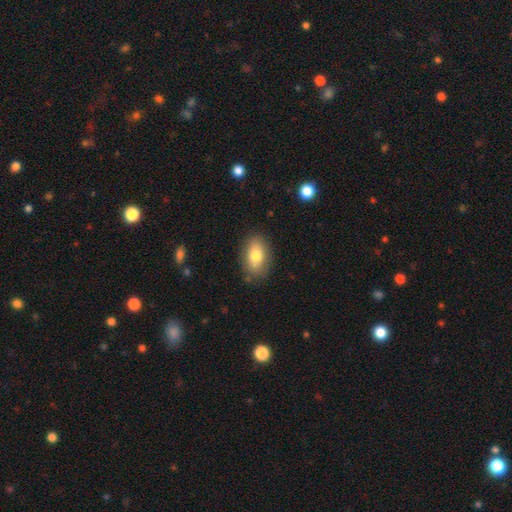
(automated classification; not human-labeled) Smooth or featured? smooth (76%)
How rounded? in between (89%)
Merging? none (82%)